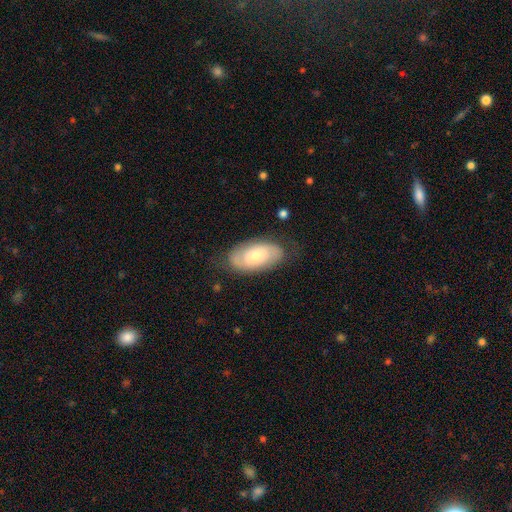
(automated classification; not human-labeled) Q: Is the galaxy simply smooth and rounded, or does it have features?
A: featured or disk — 47%, tied with smooth.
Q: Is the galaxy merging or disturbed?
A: none — 74%.